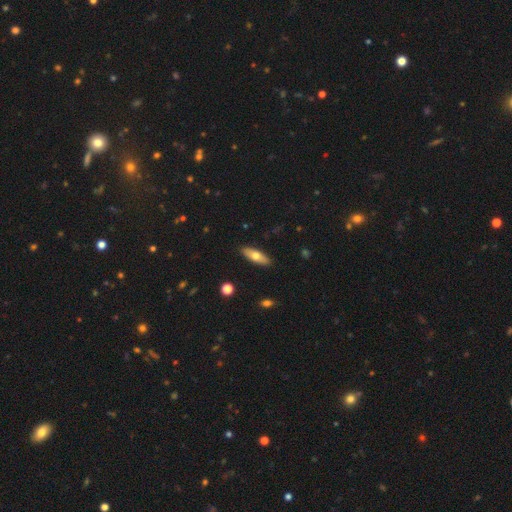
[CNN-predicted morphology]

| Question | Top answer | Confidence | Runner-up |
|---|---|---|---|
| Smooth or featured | smooth | 64% | featured or disk (30%) |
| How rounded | in between | 57% | cigar-shaped (40%) |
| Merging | none | 89% | minor disturbance (8%) |